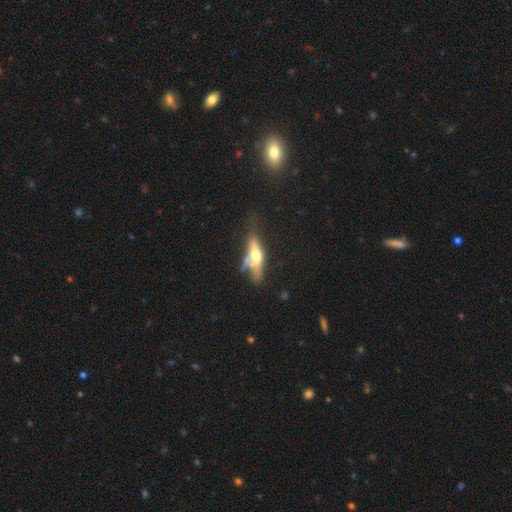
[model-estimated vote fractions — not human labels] featured or disk 50%, smooth 42%, star or artifact 8%. Down the decision tree: merging — none (40%).